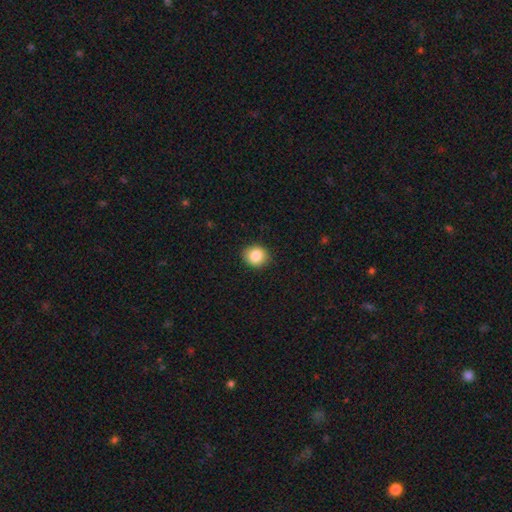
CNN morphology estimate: This appears to be a smooth galaxy with no disk features (86%) that is round (78%). Merging: none (90%).